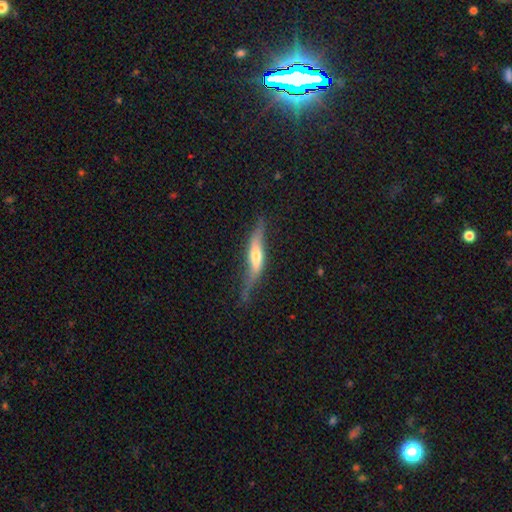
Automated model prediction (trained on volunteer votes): The model was most divided on "merging": none: 48%, minor disturbance: 32%, major disturbance: 16%, merger: 3%. More confident: edge-on disk — yes (67%); smooth or featured — featured or disk (57%).